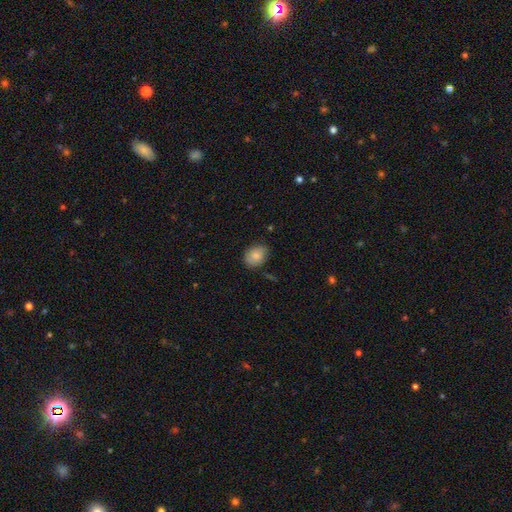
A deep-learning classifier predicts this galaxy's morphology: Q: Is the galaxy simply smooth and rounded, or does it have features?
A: smooth — 84%.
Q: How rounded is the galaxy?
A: in between — 61%.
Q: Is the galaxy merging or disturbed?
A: none — 77%.